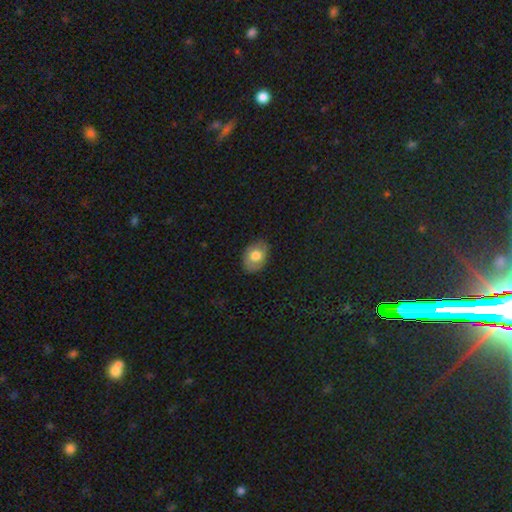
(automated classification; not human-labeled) Morphology: type=smooth (75%); roundness=in between (75%); merging=none (81%).